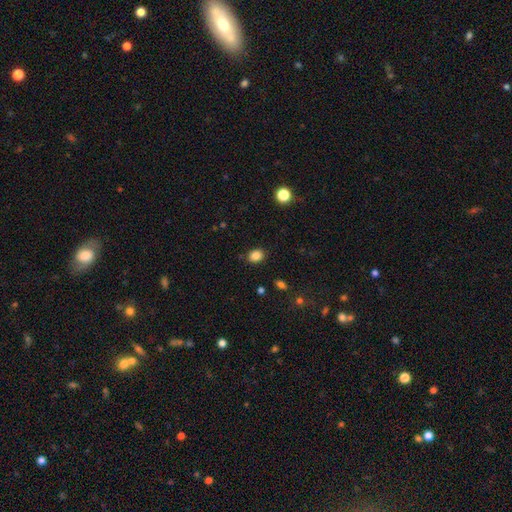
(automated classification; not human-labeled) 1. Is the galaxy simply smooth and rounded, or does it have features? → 85% smooth, 11% star or artifact, 4% featured or disk.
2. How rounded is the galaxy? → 59% in between, 40% round, 1% cigar-shaped.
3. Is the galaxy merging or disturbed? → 85% none, 10% minor disturbance, 3% major disturbance, 2% merger.